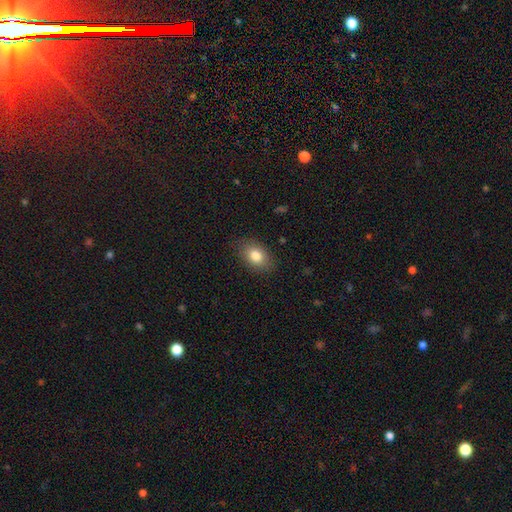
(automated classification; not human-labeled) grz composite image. It shows a smooth galaxy with no disk features (83%) that is in between round and cigar-shaped (83%). Merging: none (84%).